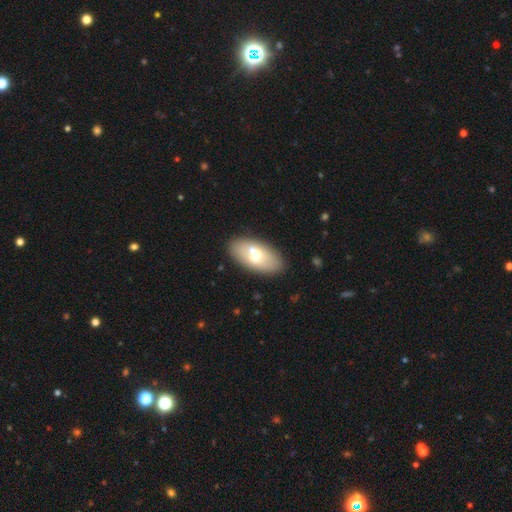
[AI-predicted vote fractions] Morphology: type=smooth (59%); roundness=in between (92%); merging=none (74%).